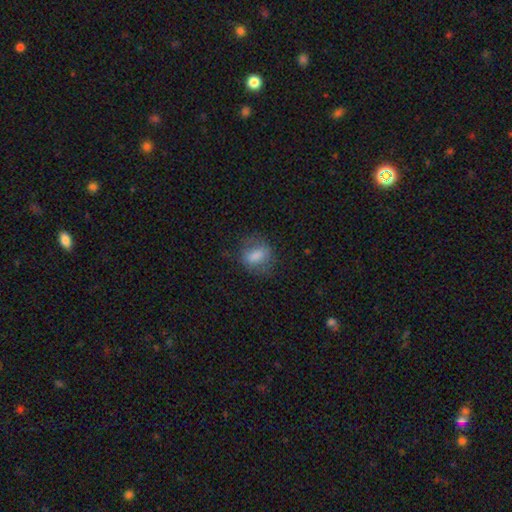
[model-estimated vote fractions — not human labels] A smooth galaxy with no disk features (73%) that is in between round and cigar-shaped (64%).

Vote fractions:
- Smooth or featured? smooth: 73% / featured or disk: 17% / star or artifact: 10%
- How rounded? in between: 64% / round: 32% / cigar-shaped: 4%
- Merging? none: 69% / minor disturbance: 20% / major disturbance: 10% / merger: 1%